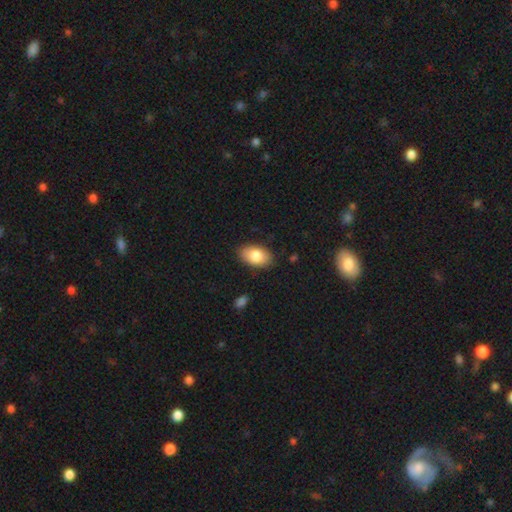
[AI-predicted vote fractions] smooth-or-featured: smooth: 83% | featured or disk: 11% | star or artifact: 7%
  how-rounded: in between: 93% | round: 6% | cigar-shaped: 1%
  merging: none: 86% | minor disturbance: 11% | major disturbance: 2% | merger: 1%